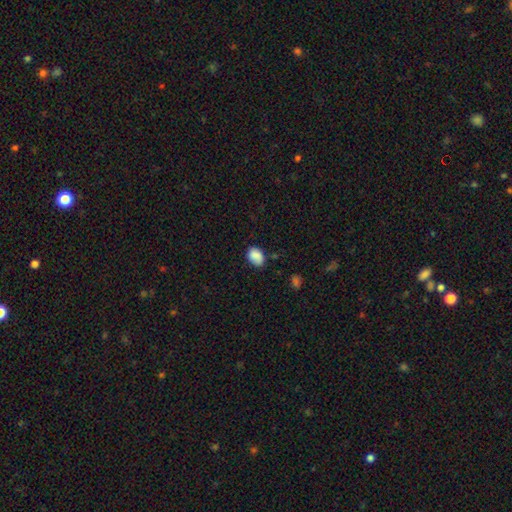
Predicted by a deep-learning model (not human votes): Smooth or featured: smooth — 87% (star or artifact — 8%)
How rounded: in between — 73% (round — 26%)
Merging: none — 68% (minor disturbance — 25%)